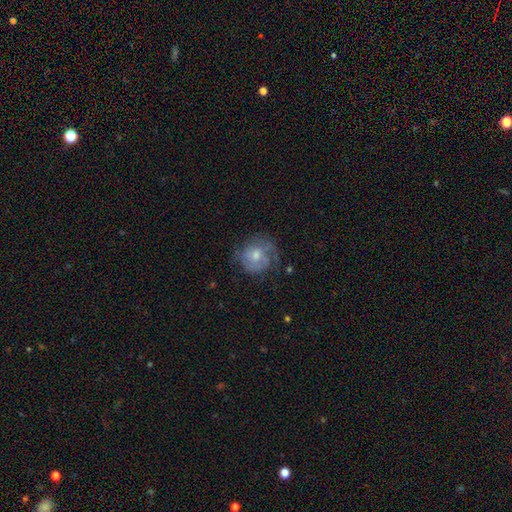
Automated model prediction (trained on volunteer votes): This is possibly a featured or disk galaxy (57%). It is clearly not viewed edge-on (97%). Bar: likely no (69%). Spiral arm pattern: likely yes (72%). Central bulge: possibly moderate (55%). Merging: possibly none (52%).